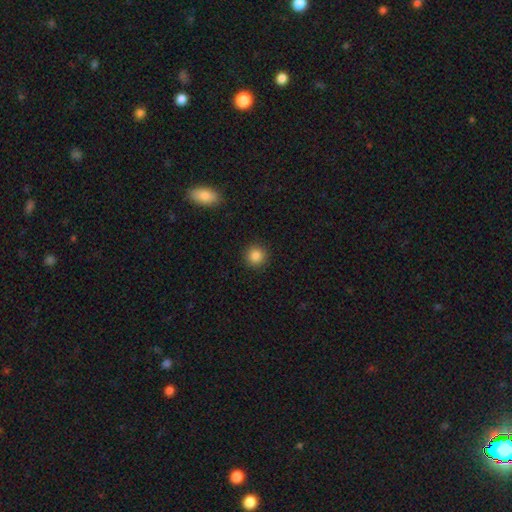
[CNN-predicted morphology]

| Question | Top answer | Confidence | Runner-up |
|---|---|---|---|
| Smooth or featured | smooth | 85% | star or artifact (11%) |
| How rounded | round | 94% | in between (5%) |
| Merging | none | 91% | minor disturbance (6%) |